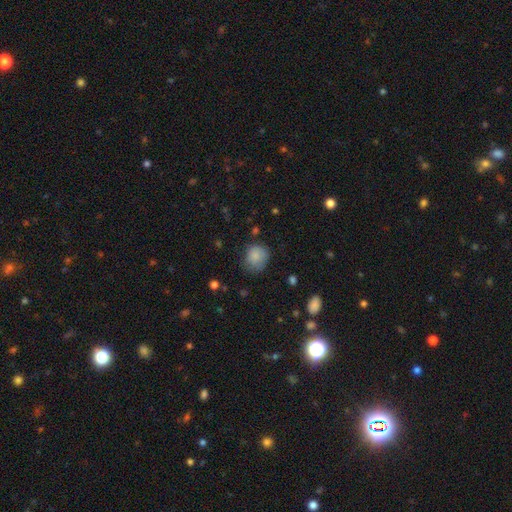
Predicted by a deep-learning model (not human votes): smooth 83%, star or artifact 9%, featured or disk 8%. Down the decision tree: how rounded — round (73%); merging — none (61%).